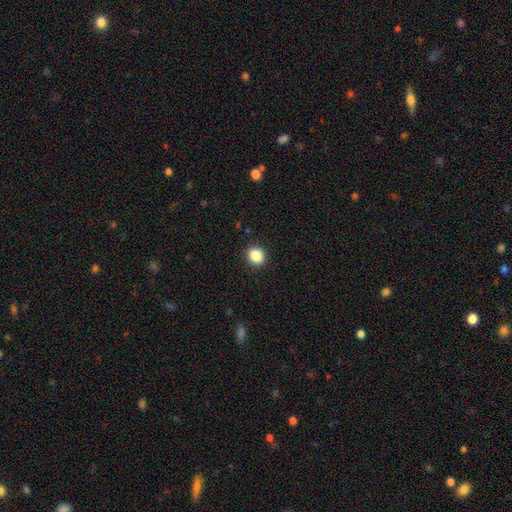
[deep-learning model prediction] smooth_or_featured: smooth (p=0.86) [alt: star or artifact p=0.10]
how_rounded: round (p=0.68) [alt: in between p=0.32]
merging: none (p=0.91) [alt: minor disturbance p=0.06]